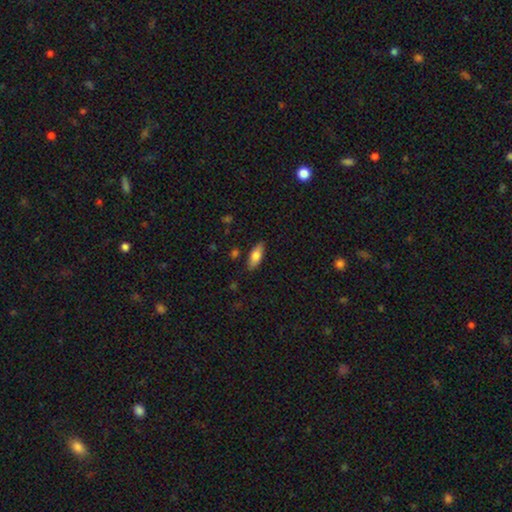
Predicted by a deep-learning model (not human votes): This appears to be a smooth galaxy with no disk features (74%) that is in between round and cigar-shaped (71%). Merging: none (85%).